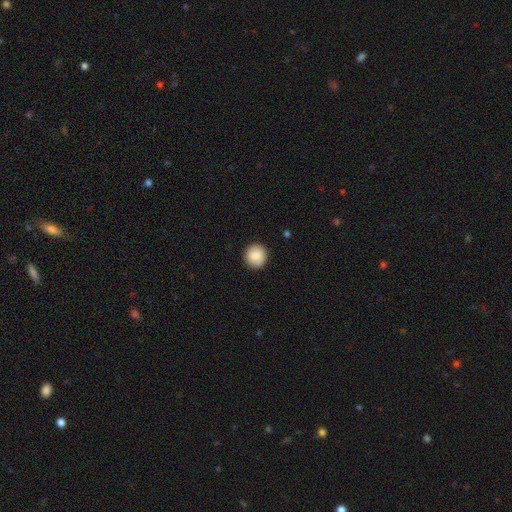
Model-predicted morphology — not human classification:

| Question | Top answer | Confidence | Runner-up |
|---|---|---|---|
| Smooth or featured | smooth | 88% | star or artifact (7%) |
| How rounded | round | 92% | in between (7%) |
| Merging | none | 91% | minor disturbance (6%) |